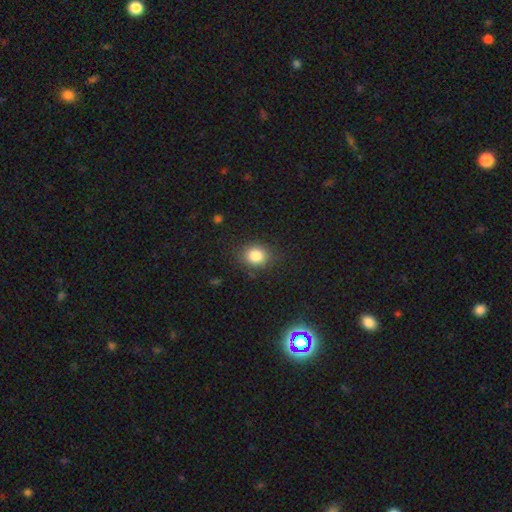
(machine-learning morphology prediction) A smooth galaxy with no disk features (84%) that is round (74%).

Vote fractions:
- Smooth or featured? smooth: 84% / star or artifact: 11% / featured or disk: 5%
- How rounded? round: 74% / in between: 25% / cigar-shaped: 1%
- Merging? none: 83% / minor disturbance: 12% / major disturbance: 4% / merger: 1%